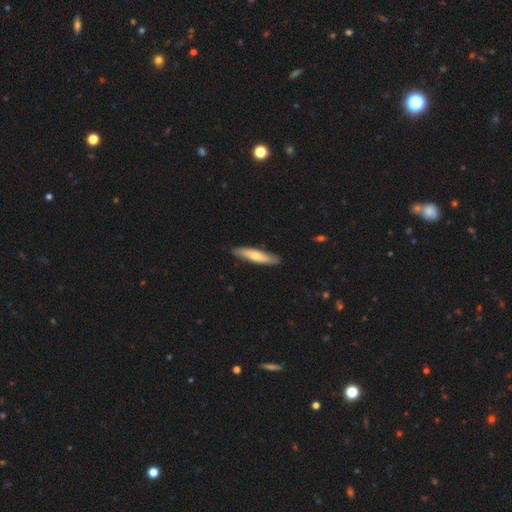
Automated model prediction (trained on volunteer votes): Smooth or featured? smooth (62%)
How rounded? cigar-shaped (82%)
Merging? none (87%)